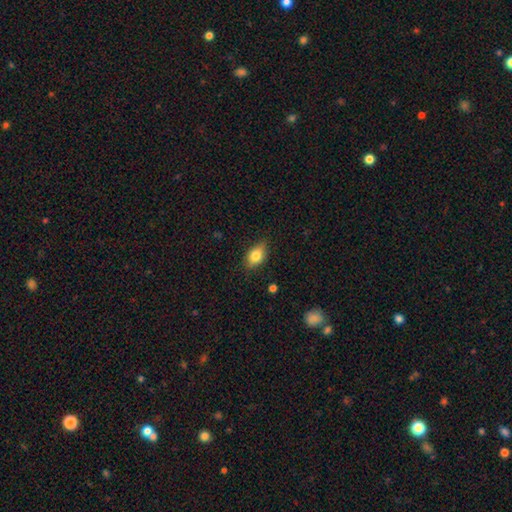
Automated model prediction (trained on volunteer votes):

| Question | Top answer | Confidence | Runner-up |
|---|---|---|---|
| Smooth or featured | smooth | 77% | featured or disk (14%) |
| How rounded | in between | 80% | round (16%) |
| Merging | none | 76% | minor disturbance (19%) |